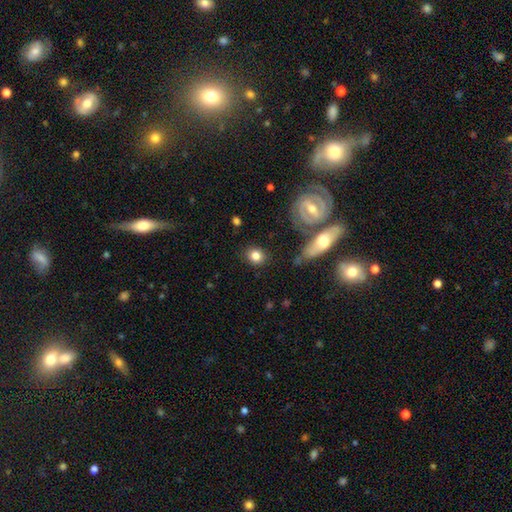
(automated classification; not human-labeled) Smooth or featured? smooth (81%)
How rounded? round (75%)
Merging? none (84%)